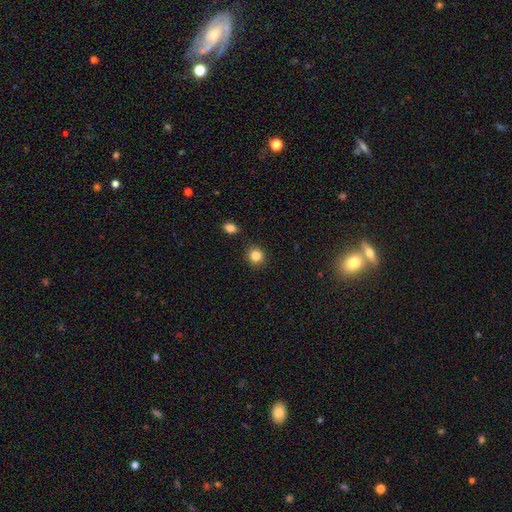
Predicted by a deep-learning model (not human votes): Overall: smooth (84%). How rounded: round (85%). Merging: none (88%).